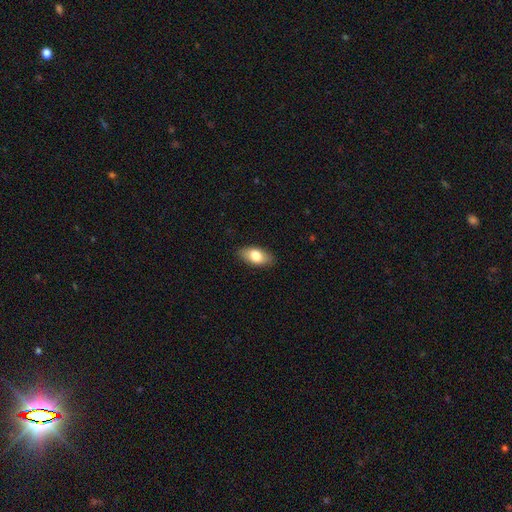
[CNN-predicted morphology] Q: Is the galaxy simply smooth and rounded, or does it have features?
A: smooth — 78%.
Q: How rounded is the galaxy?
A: in between — 90%.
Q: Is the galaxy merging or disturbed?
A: none — 87%.